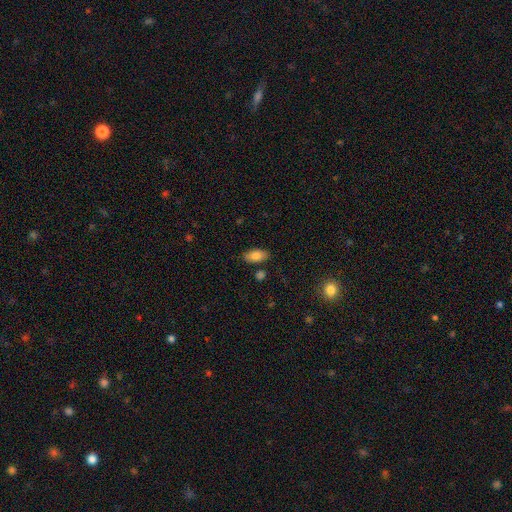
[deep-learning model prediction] Q: Smooth or featured?
A: smooth (83%); runner-up: featured or disk (10%)
Q: How rounded?
A: in between (92%); runner-up: cigar-shaped (5%)
Q: Merging?
A: none (83%); runner-up: minor disturbance (11%)